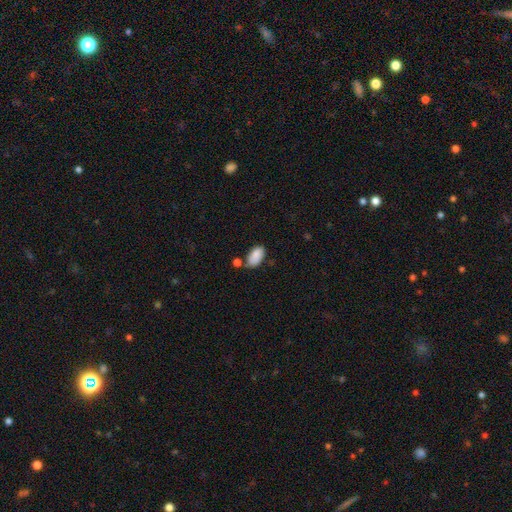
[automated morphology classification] The model was most divided on "merging": none: 60%, minor disturbance: 20%, merger: 15%, major disturbance: 5%. More confident: how rounded — in between (95%); smooth or featured — smooth (86%).